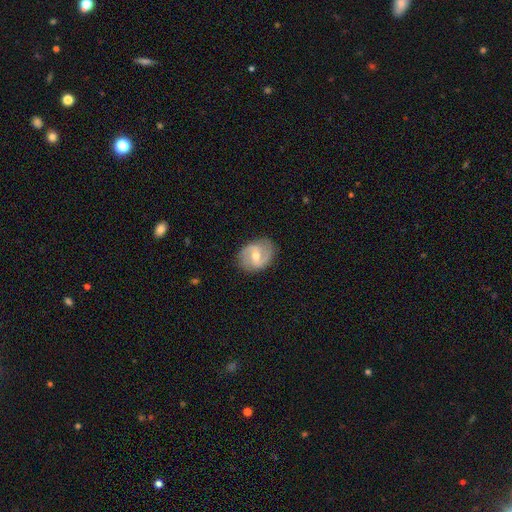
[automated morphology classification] smooth_or_featured: featured or disk (p=0.78) [alt: smooth p=0.16]
disk_edge_on: no (p=0.97) [alt: yes p=0.03]
bar: weak (p=0.54) [alt: no p=0.23]
has_spiral_arms: yes (p=0.90) [alt: no p=0.10]
spiral_winding: medium (p=0.50) [alt: loose p=0.29]
spiral_arm_count: 2 (p=0.90) [alt: can't tell p=0.05]
bulge_size: moderate (p=0.68) [alt: small p=0.27]
merging: none (p=0.83) [alt: minor disturbance p=0.12]